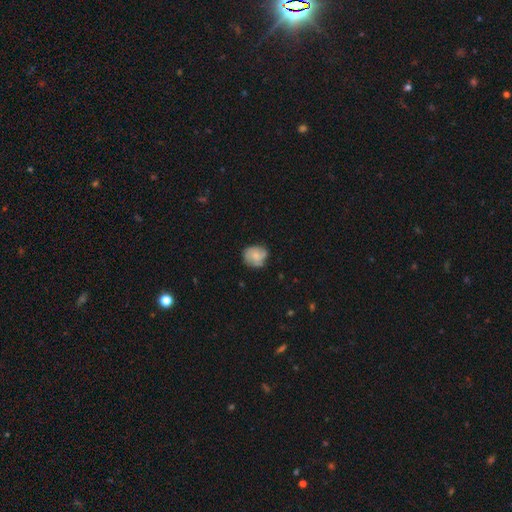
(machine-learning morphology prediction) Smooth or featured? smooth (56%)
How rounded? round (69%)
Merging? none (66%)